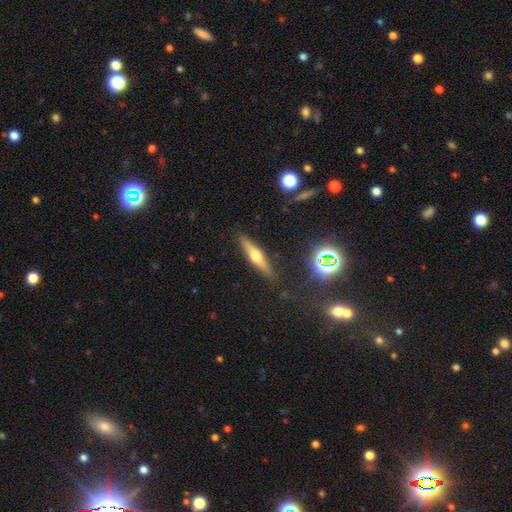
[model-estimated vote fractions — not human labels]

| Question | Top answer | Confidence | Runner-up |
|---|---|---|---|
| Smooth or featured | featured or disk | 55% | smooth (35%) |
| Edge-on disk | yes | 95% | no (5%) |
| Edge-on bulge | rounded | 92% | boxy (4%) |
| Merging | none | 89% | minor disturbance (8%) |